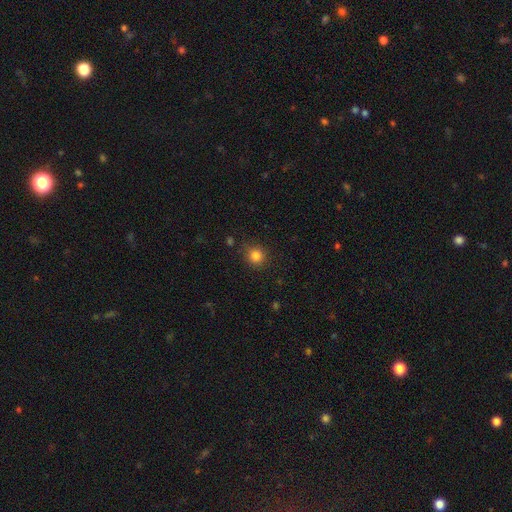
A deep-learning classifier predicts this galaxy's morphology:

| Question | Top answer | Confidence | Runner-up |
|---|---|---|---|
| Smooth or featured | smooth | 83% | star or artifact (12%) |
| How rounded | round | 91% | in between (8%) |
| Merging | none | 85% | minor disturbance (11%) |